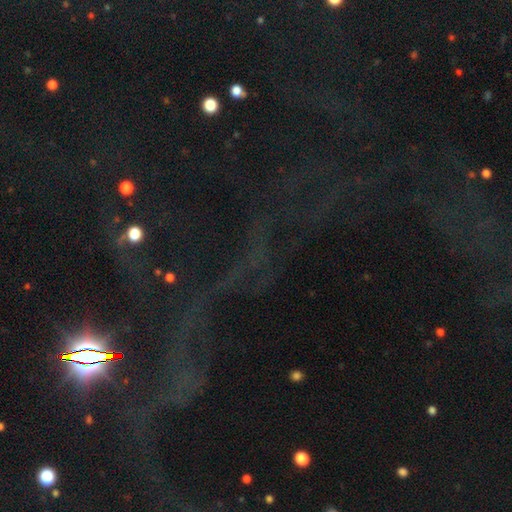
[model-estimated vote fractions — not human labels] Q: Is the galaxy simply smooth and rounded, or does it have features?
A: star or artifact — 76%.